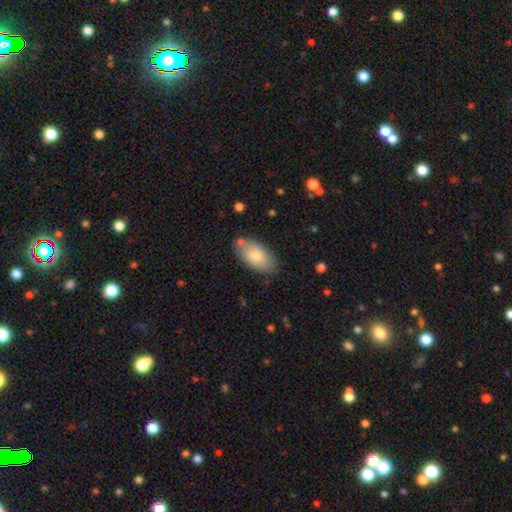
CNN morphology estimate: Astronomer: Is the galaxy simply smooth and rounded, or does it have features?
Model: smooth — 78%.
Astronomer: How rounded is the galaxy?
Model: in between — 94%.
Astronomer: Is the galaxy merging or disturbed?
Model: none — 74%.